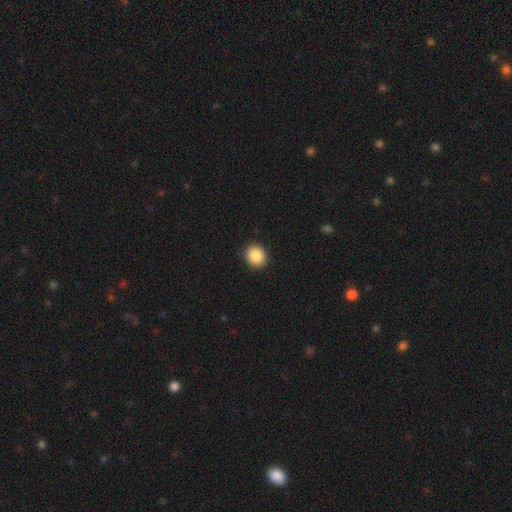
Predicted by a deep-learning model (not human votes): Smooth or featured? Predicted: smooth (p=0.87). How rounded? Predicted: round (p=0.80). Merging? Predicted: none (p=0.92).